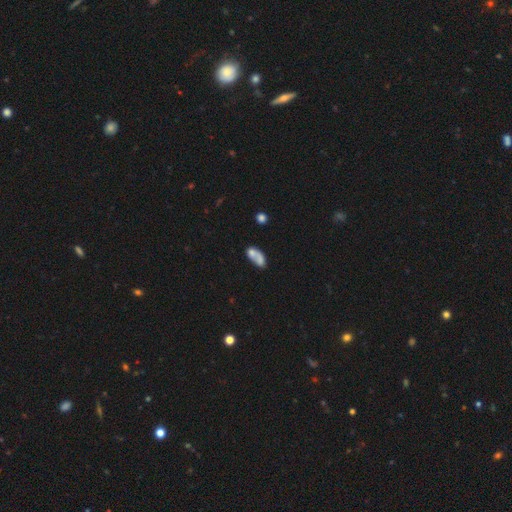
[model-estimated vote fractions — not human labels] smooth_or_featured: smooth (p=0.65) [alt: featured or disk p=0.25]
how_rounded: in between (p=0.82) [alt: round p=0.11]
merging: merger (p=0.41) [alt: none p=0.29]